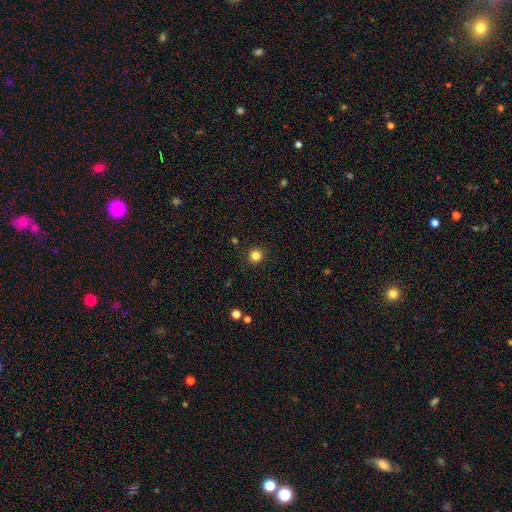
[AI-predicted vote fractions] The model was most divided on "smooth or featured": smooth: 83%, star or artifact: 13%, featured or disk: 4%. More confident: how rounded — round (95%); merging — none (92%).